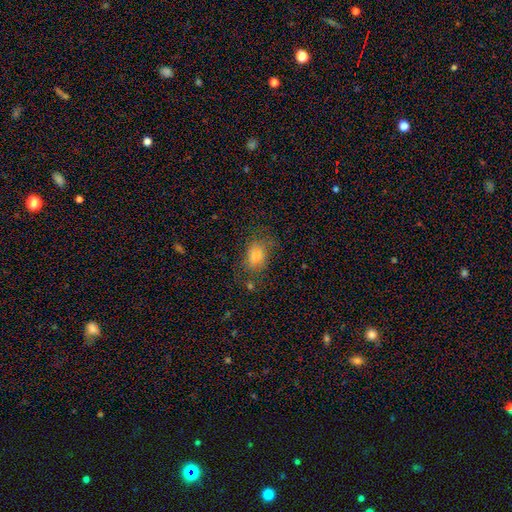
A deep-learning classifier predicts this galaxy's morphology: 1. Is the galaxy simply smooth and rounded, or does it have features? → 69% smooth, 16% star or artifact, 14% featured or disk.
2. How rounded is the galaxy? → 71% in between, 26% round, 2% cigar-shaped.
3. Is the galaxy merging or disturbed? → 58% none, 22% minor disturbance, 15% major disturbance, 5% merger.